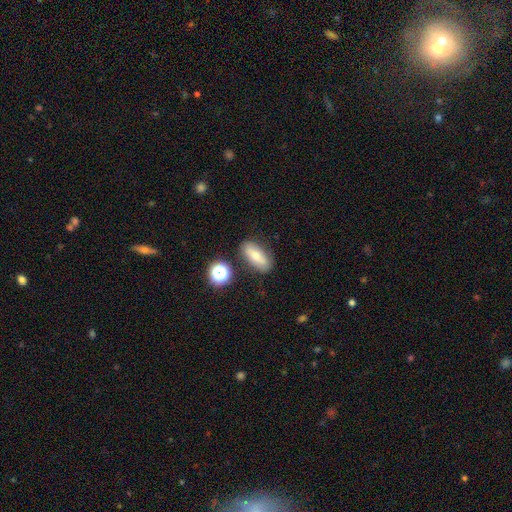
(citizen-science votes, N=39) Smooth or featured? 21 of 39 (54%) said featured or disk. Edge-on disk? 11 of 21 (52%) said no. Bar? 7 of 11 (64%) said no. Spiral arms? 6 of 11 (55%) said no. Bulge size? 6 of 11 (55%) said moderate. Merging? 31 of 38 (82%) said none.